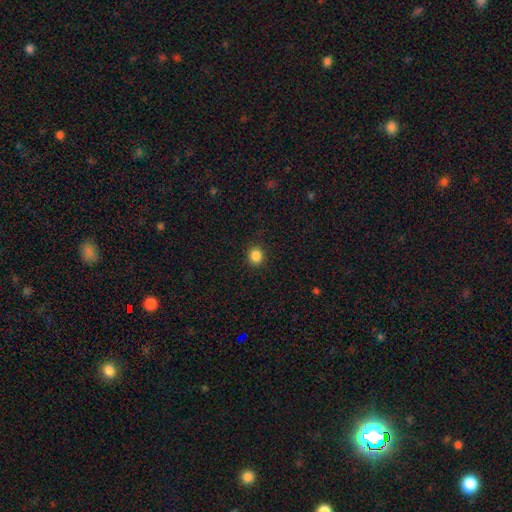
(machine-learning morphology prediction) Overall: smooth (86%). How rounded: round (82%). Merging: none (90%).